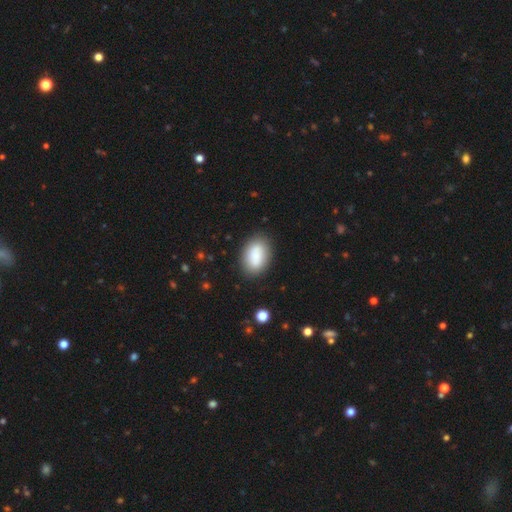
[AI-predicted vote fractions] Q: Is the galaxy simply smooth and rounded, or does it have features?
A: smooth — 85%.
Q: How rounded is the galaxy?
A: in between — 88%.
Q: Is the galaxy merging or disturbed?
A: none — 81%.